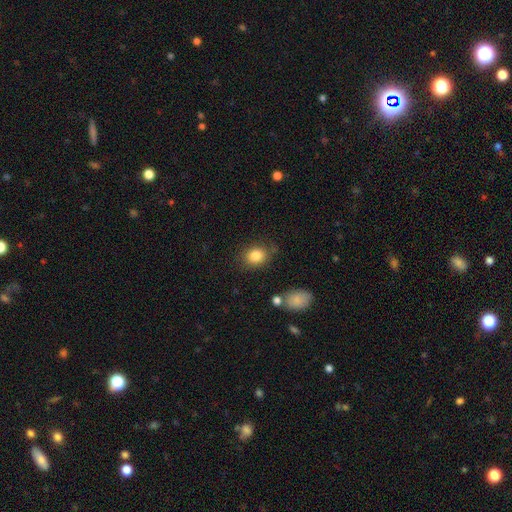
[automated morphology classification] Smooth or featured: smooth — 83% (star or artifact — 9%)
How rounded: round — 51% (in between — 48%)
Merging: none — 77% (minor disturbance — 15%)